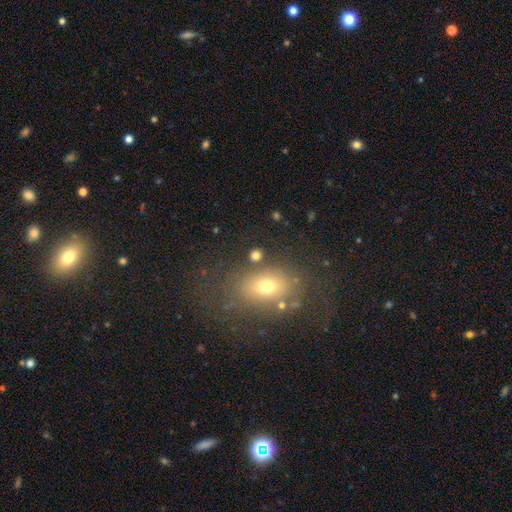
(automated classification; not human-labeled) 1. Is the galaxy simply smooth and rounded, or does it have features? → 72% smooth, 17% star or artifact, 11% featured or disk.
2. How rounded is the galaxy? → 58% round, 39% in between, 2% cigar-shaped.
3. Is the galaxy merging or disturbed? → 78% none, 10% minor disturbance, 7% merger, 5% major disturbance.